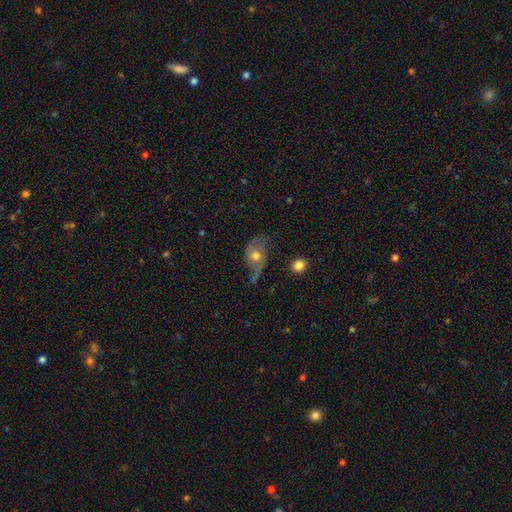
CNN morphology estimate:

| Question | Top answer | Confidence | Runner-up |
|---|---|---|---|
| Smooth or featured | featured or disk | 62% | smooth (29%) |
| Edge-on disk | no | 92% | yes (8%) |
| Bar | no | 73% | weak (22%) |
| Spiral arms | yes | 77% | no (23%) |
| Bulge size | moderate | 68% | small (22%) |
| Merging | none | 43% | minor disturbance (30%) |